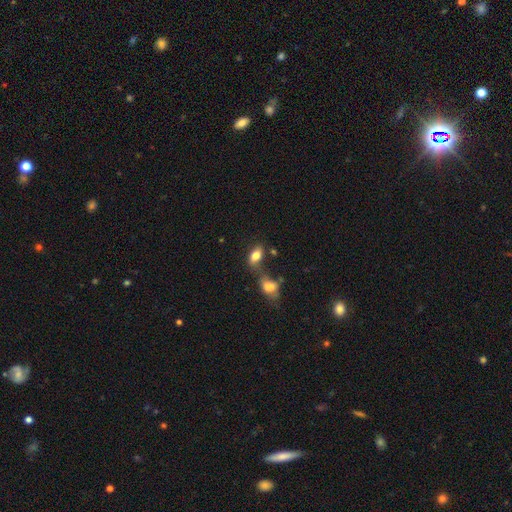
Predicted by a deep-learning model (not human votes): smooth-or-featured: smooth: 79% | featured or disk: 12% | star or artifact: 9%
  how-rounded: in between: 88% | round: 8% | cigar-shaped: 4%
  merging: none: 42% | merger: 37% | minor disturbance: 14% | major disturbance: 7%